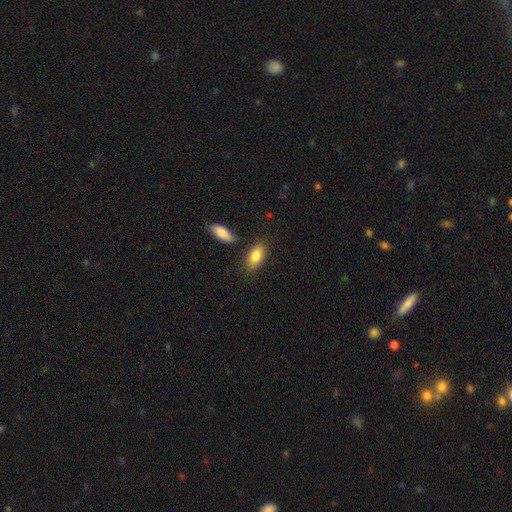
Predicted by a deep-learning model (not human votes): The model was most divided on "merging": none: 75%, minor disturbance: 14%, merger: 8%, major disturbance: 4%. More confident: how rounded — in between (91%); smooth or featured — smooth (85%).